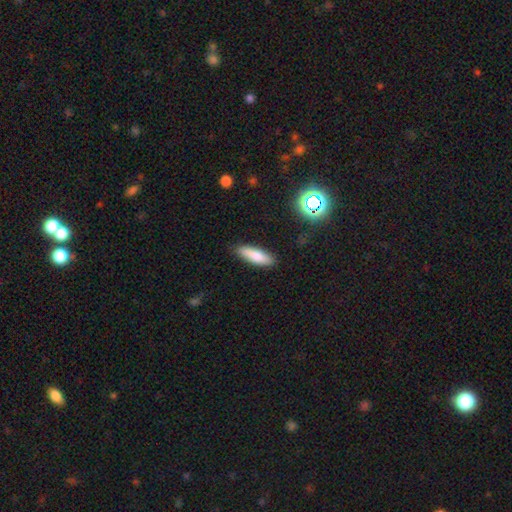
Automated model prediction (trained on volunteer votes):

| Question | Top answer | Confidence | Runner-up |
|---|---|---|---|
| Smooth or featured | smooth | 80% | featured or disk (13%) |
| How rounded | cigar-shaped | 51% | in between (47%) |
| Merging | none | 86% | minor disturbance (10%) |